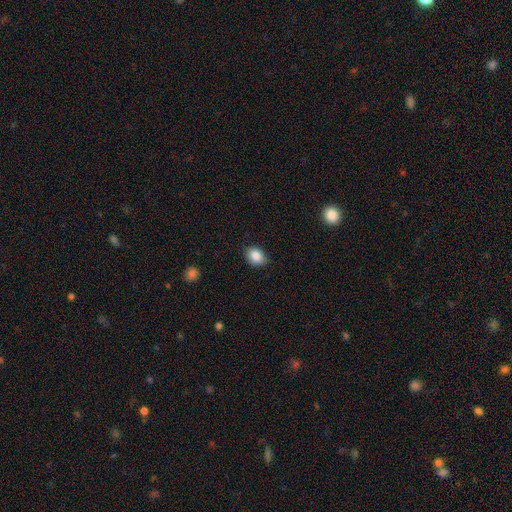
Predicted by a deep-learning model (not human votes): This appears to be a smooth galaxy with no disk features (87%) that is in between round and cigar-shaped (65%). Merging: none (84%).